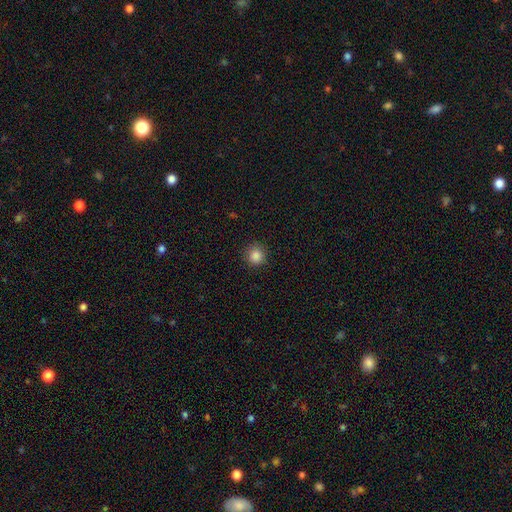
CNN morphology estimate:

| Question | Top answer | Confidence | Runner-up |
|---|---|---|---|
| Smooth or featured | smooth | 86% | star or artifact (11%) |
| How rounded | round | 92% | in between (7%) |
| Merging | none | 89% | minor disturbance (7%) |